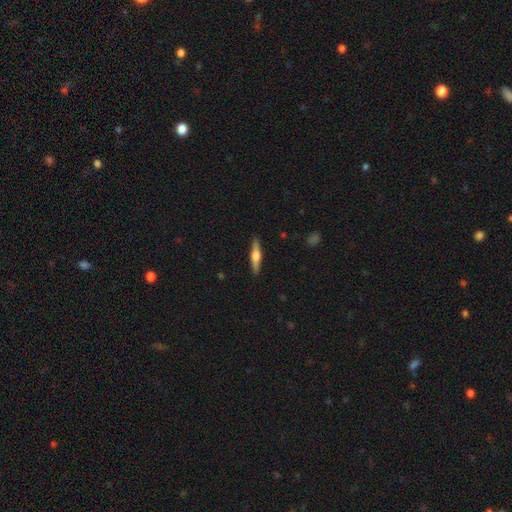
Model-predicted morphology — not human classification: Overall: featured or disk (55%; smooth 39%). Edge-on disk: yes (96%). Edge-on bulge: rounded (88%). Merging: none (90%).